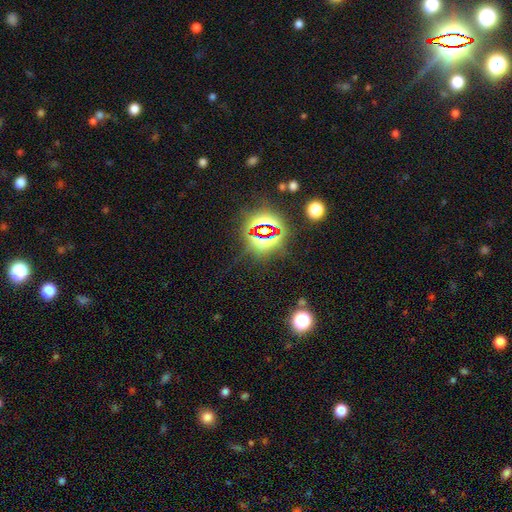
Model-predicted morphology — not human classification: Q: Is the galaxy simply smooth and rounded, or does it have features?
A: star or artifact — 79%.